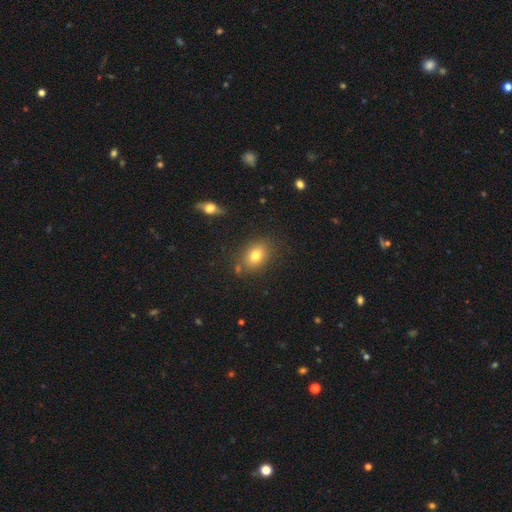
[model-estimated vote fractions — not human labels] Overall: smooth (77%). How rounded: in between (70%). Merging: none (79%).